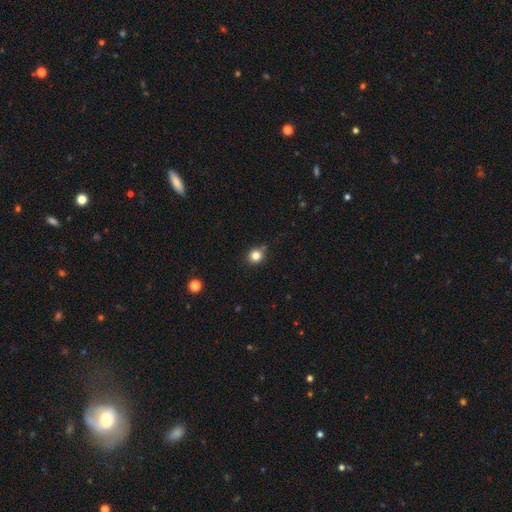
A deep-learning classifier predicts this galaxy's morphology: Smooth or featured? Predicted: smooth (p=0.82). How rounded? Predicted: round (p=0.84). Merging? Predicted: none (p=0.82).